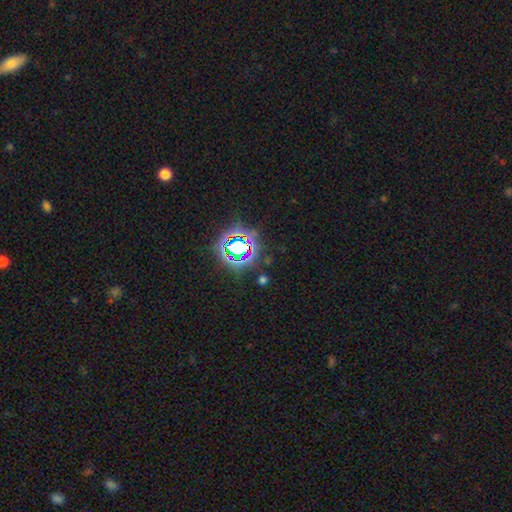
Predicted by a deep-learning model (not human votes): A star or artifact, not a galaxy (79%).

Vote fractions:
- Smooth or featured? star or artifact: 79% / smooth: 13% / featured or disk: 8%